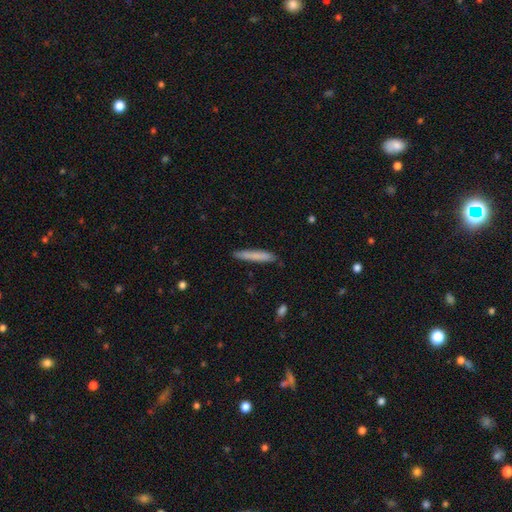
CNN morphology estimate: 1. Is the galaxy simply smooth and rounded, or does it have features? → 77% smooth, 17% featured or disk, 6% star or artifact.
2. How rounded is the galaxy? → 95% cigar-shaped, 4% in between, 1% round.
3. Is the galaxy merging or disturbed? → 85% none, 12% minor disturbance, 2% major disturbance, 1% merger.